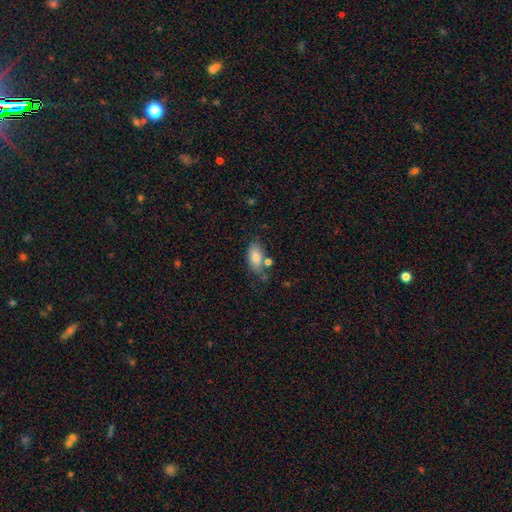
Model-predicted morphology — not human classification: The model was most divided on "merging": none: 56%, minor disturbance: 23%, merger: 14%, major disturbance: 8%. More confident: how rounded — in between (88%); smooth or featured — smooth (76%).